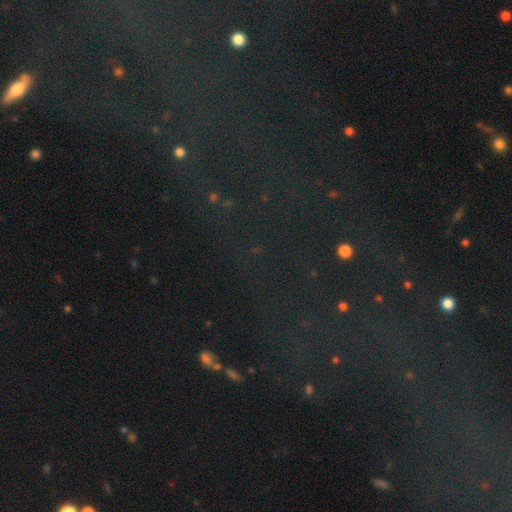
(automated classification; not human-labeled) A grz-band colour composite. It shows a star or artifact, not a galaxy (76%).